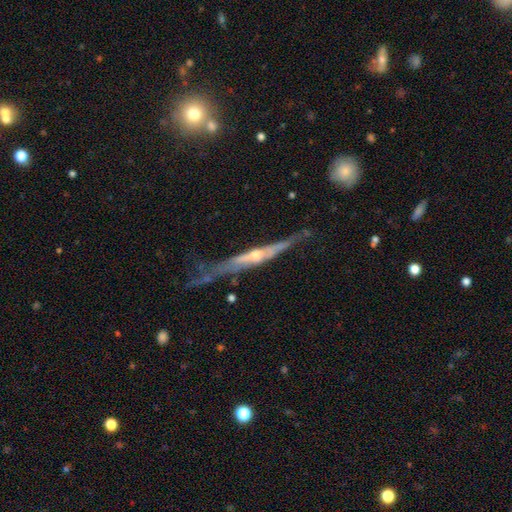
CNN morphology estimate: The model was most divided on "merging": none: 59%, minor disturbance: 26%, major disturbance: 11%, merger: 4%. More confident: edge-on disk — yes (92%); smooth or featured — featured or disk (81%); edge-on bulge — rounded (76%).